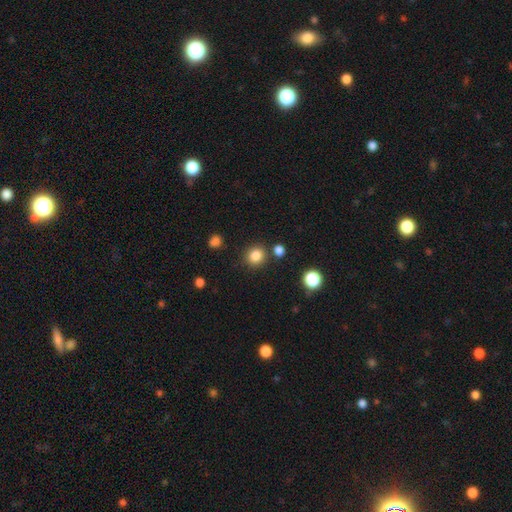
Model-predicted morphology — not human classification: This appears to be a smooth galaxy with no disk features (84%) that is round (86%). Merging: none (83%).